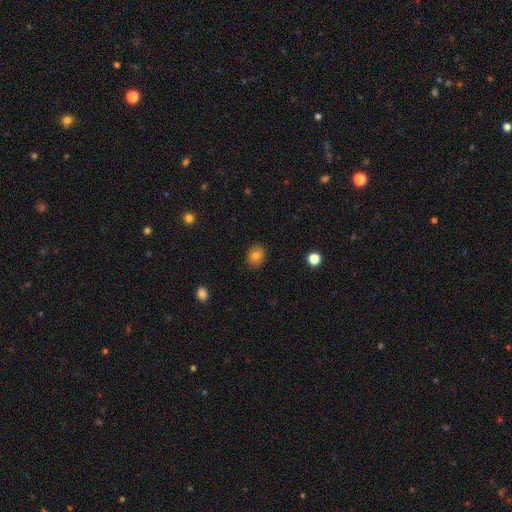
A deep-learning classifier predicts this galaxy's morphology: type=smooth (79%); roundness=round (53%); merging=none (86%).